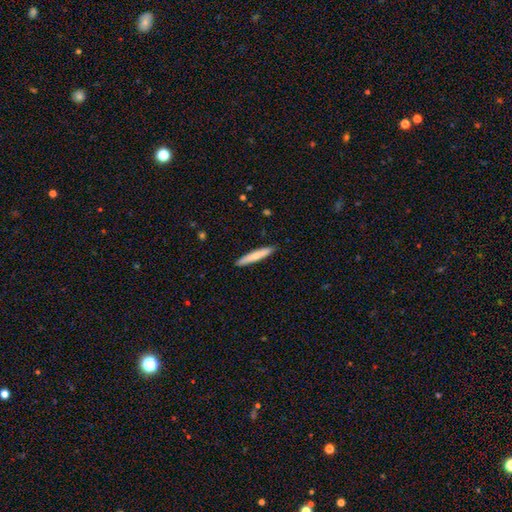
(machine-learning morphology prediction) This is likely a smooth galaxy (69%). How rounded: clearly cigar-shaped (93%). Merging: clearly none (90%).